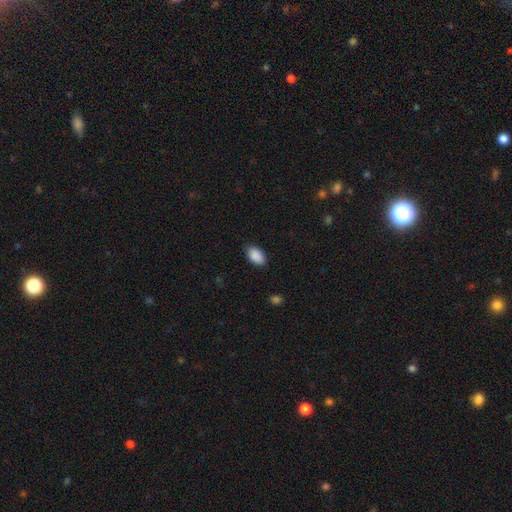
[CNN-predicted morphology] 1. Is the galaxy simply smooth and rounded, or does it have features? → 90% smooth, 7% star or artifact, 3% featured or disk.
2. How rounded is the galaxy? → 92% in between, 6% round, 1% cigar-shaped.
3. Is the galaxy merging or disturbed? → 83% none, 13% minor disturbance, 3% major disturbance, 1% merger.